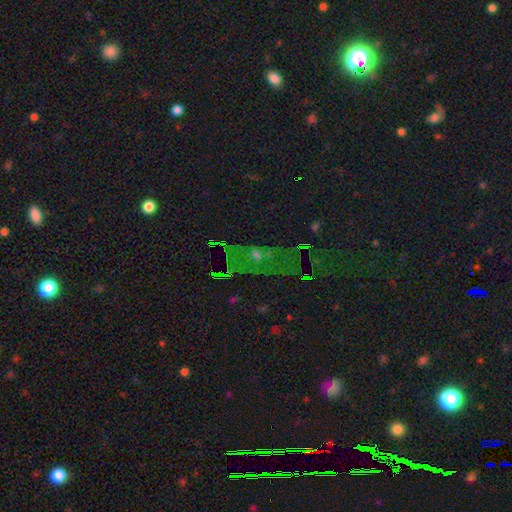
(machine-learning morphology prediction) Smooth or featured? Predicted: star or artifact (p=0.57).